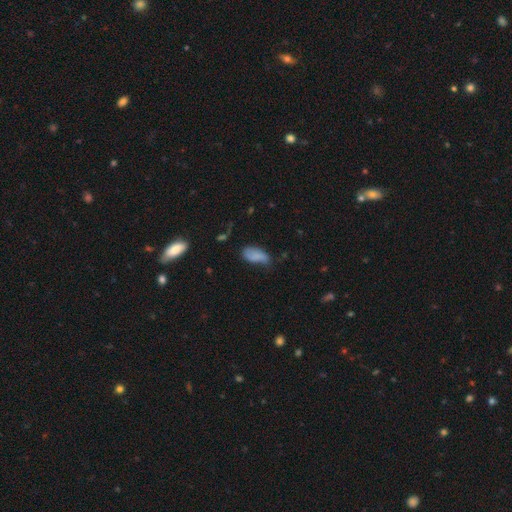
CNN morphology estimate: A smooth galaxy with no disk features (77%) that is in between round and cigar-shaped (91%).

Vote fractions:
- Smooth or featured? smooth: 77% / featured or disk: 14% / star or artifact: 9%
- How rounded? in between: 91% / cigar-shaped: 6% / round: 3%
- Merging? none: 43% / minor disturbance: 39% / major disturbance: 15% / merger: 4%